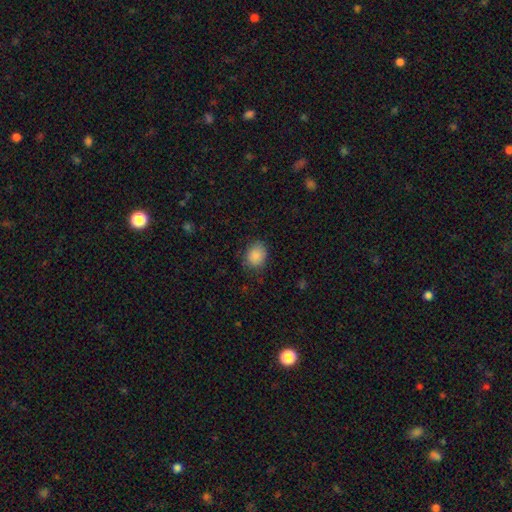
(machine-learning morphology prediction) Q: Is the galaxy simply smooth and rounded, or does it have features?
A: smooth — 88%.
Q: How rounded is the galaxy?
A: in between — 51%.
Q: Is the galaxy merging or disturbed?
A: none — 78%.